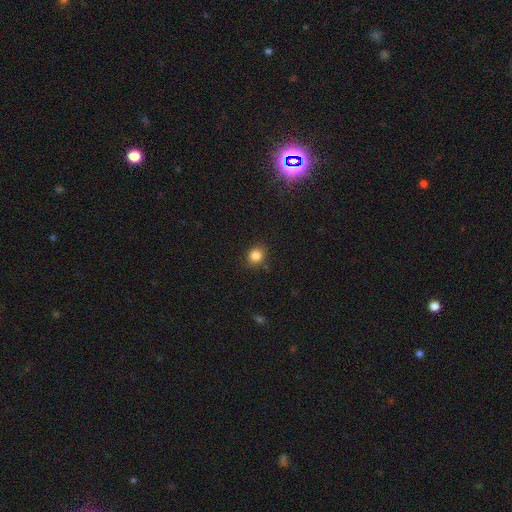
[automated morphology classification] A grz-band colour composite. It shows a smooth galaxy with no disk features (84%) that is round (77%). Merging: none (85%).